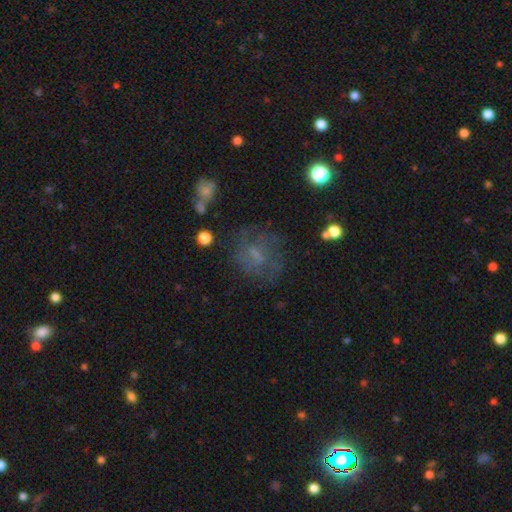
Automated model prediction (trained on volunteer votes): smooth-or-featured: featured or disk: 41% (tied) | smooth: 41% (tied) | star or artifact: 18%
  merging: none: 61% | minor disturbance: 19% | major disturbance: 17% | merger: 3%